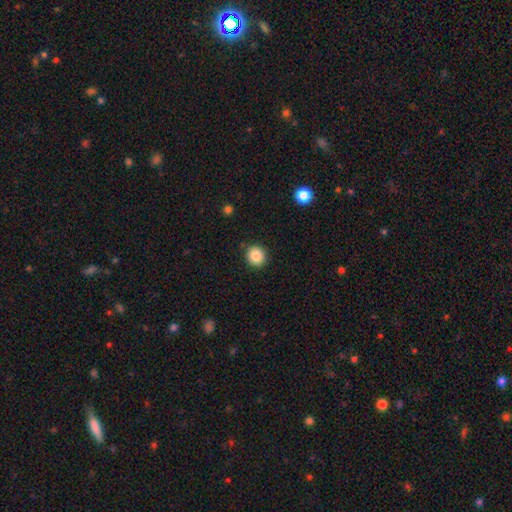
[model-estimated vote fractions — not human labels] This is clearly a smooth galaxy (86%). How rounded: clearly round (89%). Merging: clearly none (90%).